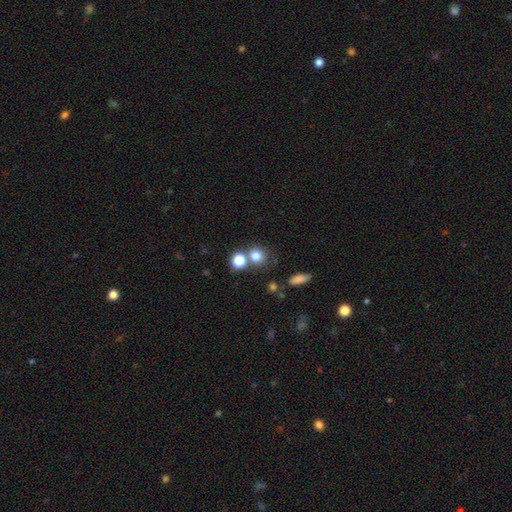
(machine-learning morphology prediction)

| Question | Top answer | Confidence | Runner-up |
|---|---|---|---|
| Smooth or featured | smooth | 78% | star or artifact (15%) |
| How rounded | round | 83% | in between (15%) |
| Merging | none | 59% | merger (28%) |